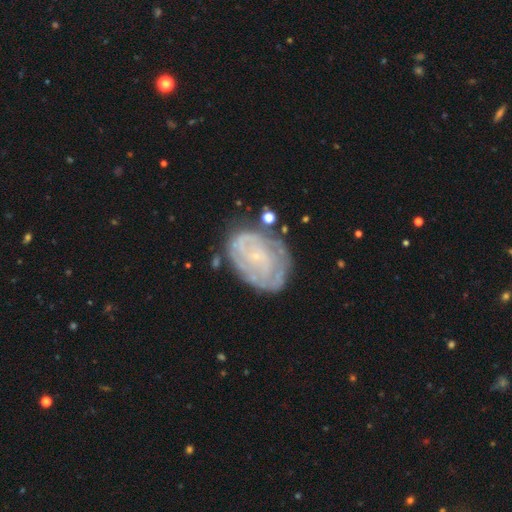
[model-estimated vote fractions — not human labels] This appears to be a featured or disk galaxy (72%) with no bar (73%), tight (69%) spiral arms (79%) and a small central bulge (75%). Merging: none (65%).